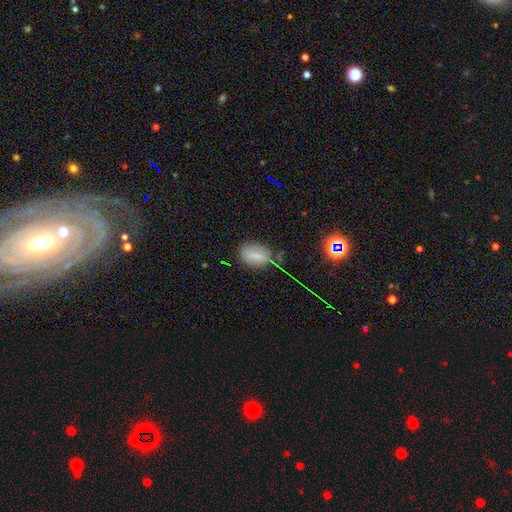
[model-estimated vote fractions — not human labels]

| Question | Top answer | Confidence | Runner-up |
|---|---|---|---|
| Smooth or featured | smooth | 71% | featured or disk (17%) |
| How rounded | in between | 84% | round (13%) |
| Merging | none | 65% | minor disturbance (23%) |